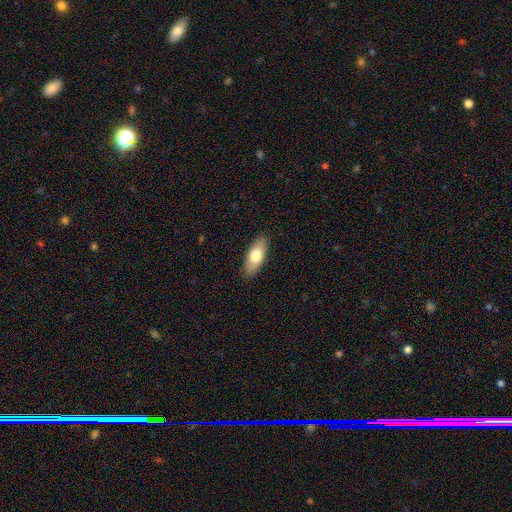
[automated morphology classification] Smooth or featured? smooth (71%)
How rounded? in between (77%)
Merging? none (88%)